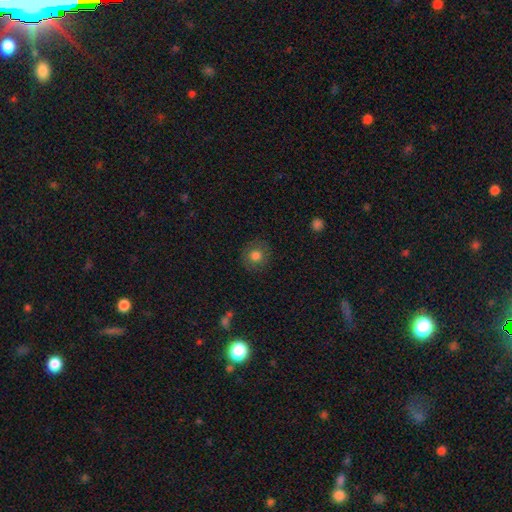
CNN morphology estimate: A smooth galaxy with no disk features (77%) that is round (89%).

Vote fractions:
- Smooth or featured? smooth: 77% / featured or disk: 12% / star or artifact: 11%
- How rounded? round: 89% / in between: 10% / cigar-shaped: 1%
- Merging? none: 86% / minor disturbance: 10% / major disturbance: 4% / merger: 1%